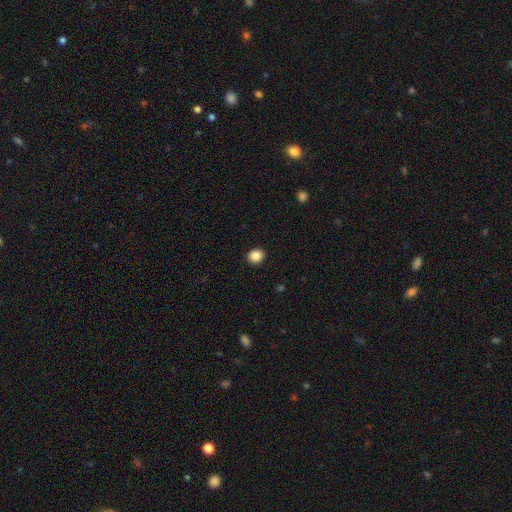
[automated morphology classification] Overall: smooth (87%). How rounded: round (75%). Merging: none (92%).